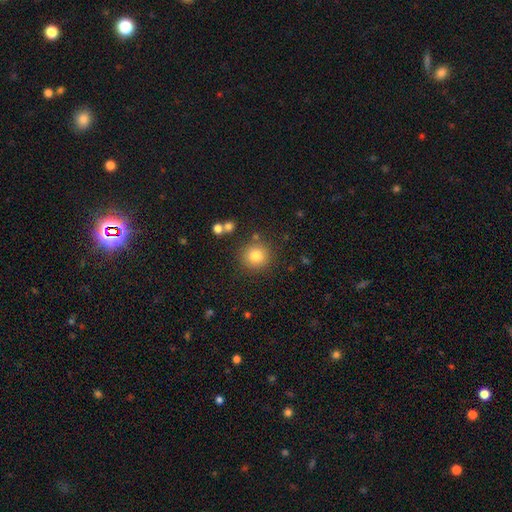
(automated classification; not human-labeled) smooth-or-featured: smooth: 81% | star or artifact: 12% | featured or disk: 8%
  how-rounded: round: 93% | in between: 6% | cigar-shaped: 1%
  merging: none: 85% | minor disturbance: 8% | merger: 4% | major disturbance: 3%